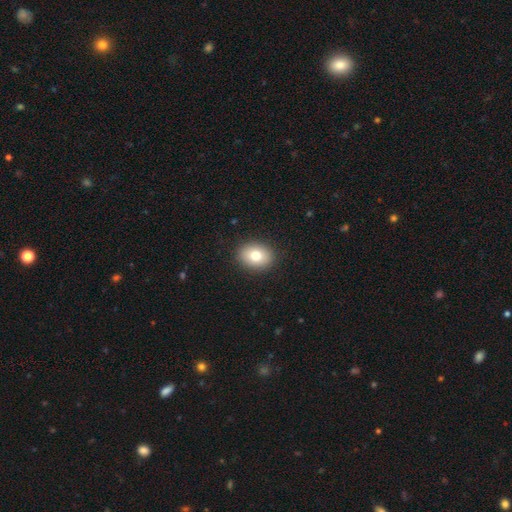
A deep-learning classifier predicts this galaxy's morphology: This is likely a smooth galaxy (77%). How rounded: possibly in between (52%). Merging: clearly none (90%).